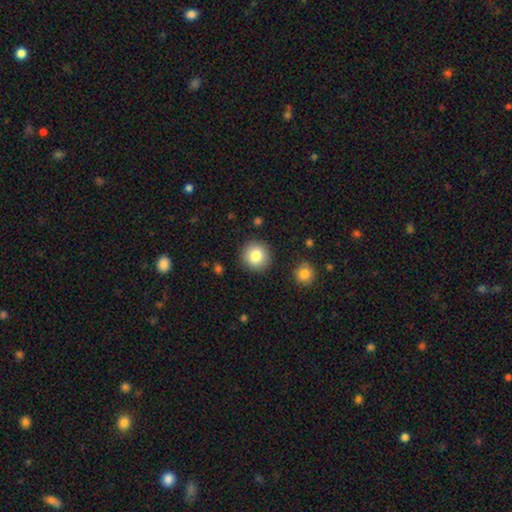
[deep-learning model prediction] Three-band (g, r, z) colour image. It shows a smooth galaxy with no disk features (83%) that is round (93%). Merging: none (89%).